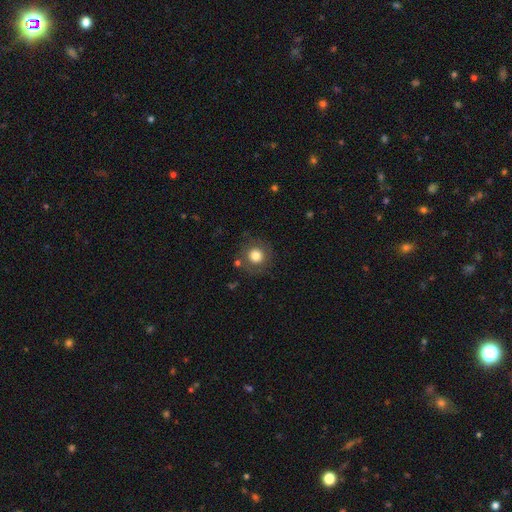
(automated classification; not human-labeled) The model was most divided on "smooth or featured": smooth: 75%, featured or disk: 15%, star or artifact: 10%. More confident: how rounded — round (93%); merging — none (80%).